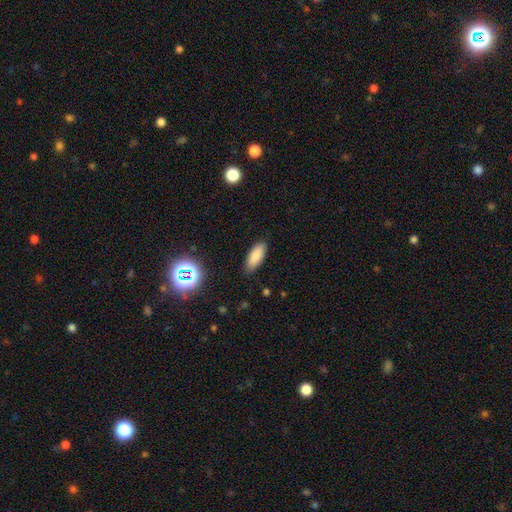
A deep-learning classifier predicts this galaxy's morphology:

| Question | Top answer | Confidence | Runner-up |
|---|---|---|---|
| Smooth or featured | smooth | 83% | star or artifact (10%) |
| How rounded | in between | 80% | cigar-shaped (18%) |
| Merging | none | 86% | minor disturbance (10%) |